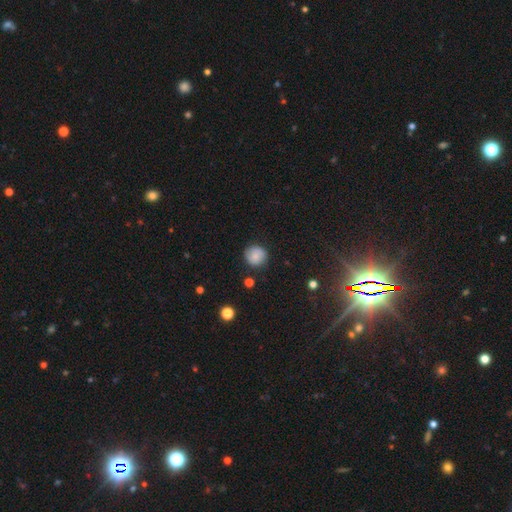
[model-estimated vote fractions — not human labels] smooth-or-featured: smooth: 78% | featured or disk: 13% | star or artifact: 9%
  how-rounded: round: 92% | in between: 7% | cigar-shaped: 1%
  merging: none: 85% | minor disturbance: 11% | major disturbance: 3% | merger: 2%